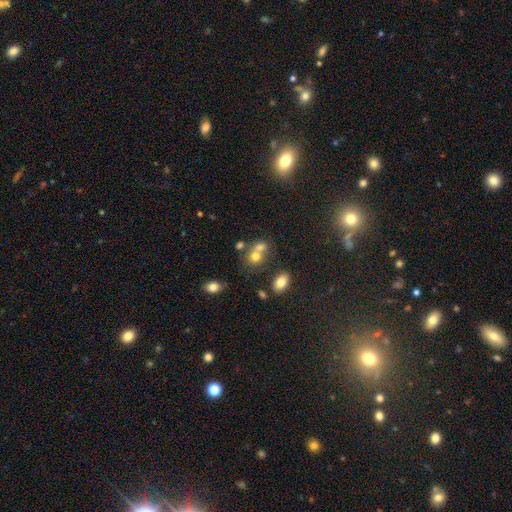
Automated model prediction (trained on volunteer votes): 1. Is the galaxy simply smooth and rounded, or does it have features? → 68% smooth, 18% featured or disk, 14% star or artifact.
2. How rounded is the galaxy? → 62% round, 37% in between, 1% cigar-shaped.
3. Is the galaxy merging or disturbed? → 54% merger, 33% none, 8% minor disturbance, 4% major disturbance.